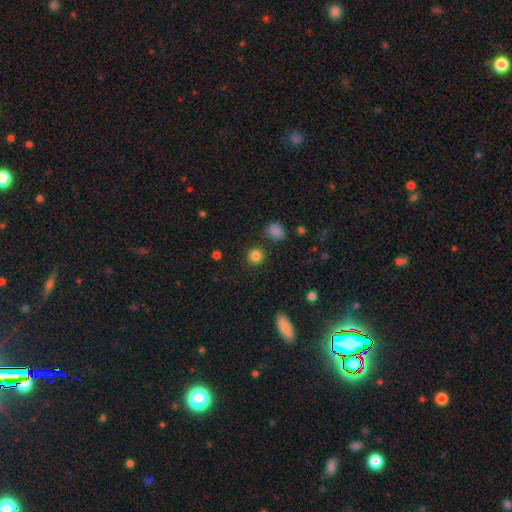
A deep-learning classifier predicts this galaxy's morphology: Smooth or featured: smooth — 84% (star or artifact — 12%)
How rounded: round — 90% (in between — 9%)
Merging: none — 86% (minor disturbance — 8%)